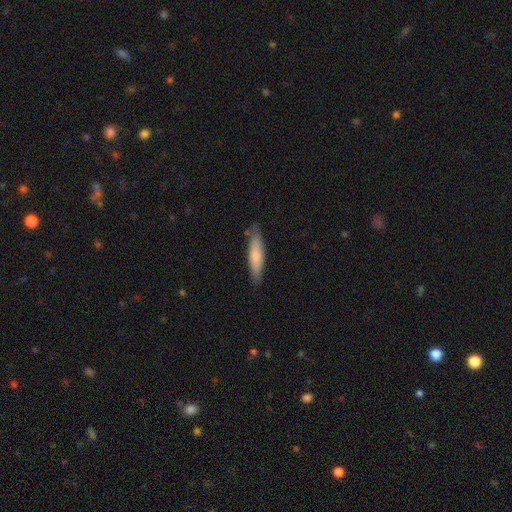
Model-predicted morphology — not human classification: type=smooth (73%); roundness=cigar-shaped (79%); merging=none (80%).